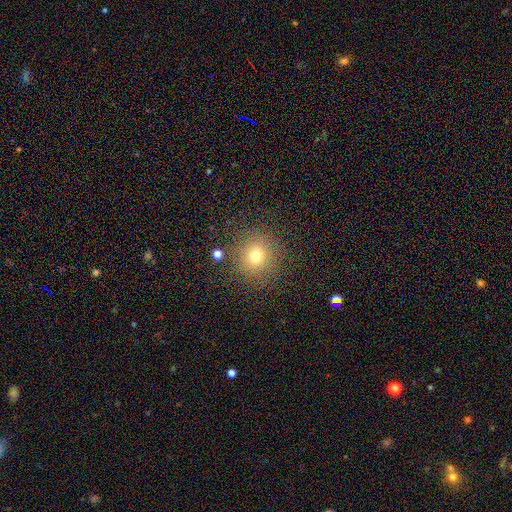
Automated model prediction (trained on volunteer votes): smooth 72%, star or artifact 18%, featured or disk 10%. Down the decision tree: how rounded — round (93%); merging — none (86%).